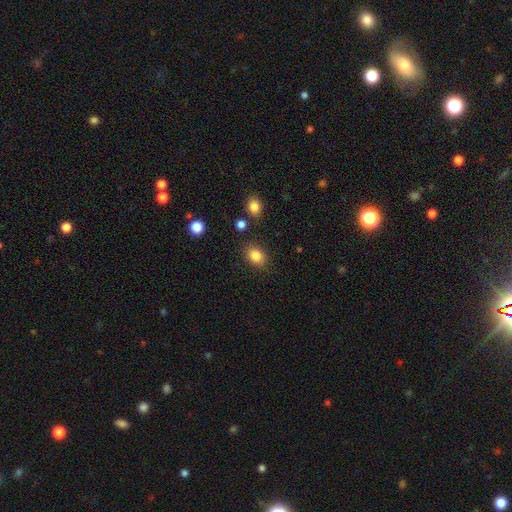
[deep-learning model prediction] Smooth or featured?
  - smooth: 84% *
  - star or artifact: 10%
  - featured or disk: 6%
How rounded?
  - in between: 62% *
  - round: 37%
  - cigar-shaped: 1%
Merging?
  - none: 84% *
  - minor disturbance: 10%
  - major disturbance: 3%
  - merger: 3%